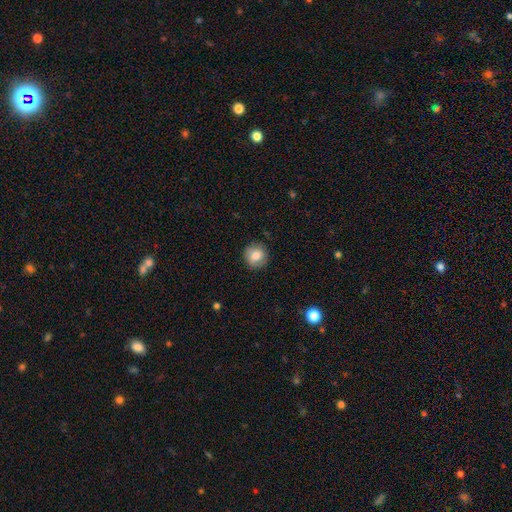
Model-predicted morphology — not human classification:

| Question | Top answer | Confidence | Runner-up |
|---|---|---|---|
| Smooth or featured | smooth | 80% | featured or disk (11%) |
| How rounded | round | 93% | in between (6%) |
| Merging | none | 88% | minor disturbance (9%) |